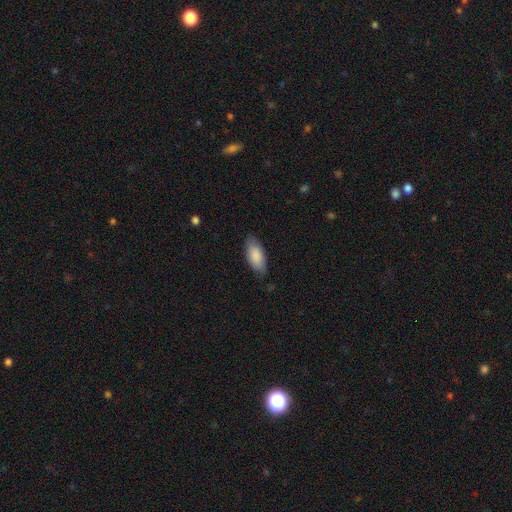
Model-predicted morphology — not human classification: This is clearly a smooth galaxy (86%). How rounded: clearly in between (88%). Merging: likely none (79%).